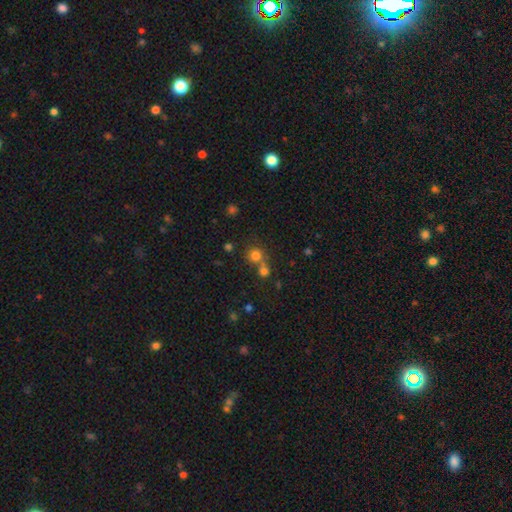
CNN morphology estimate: This appears to be a smooth galaxy with no disk features (74%) that is round (89%). Merging: none (53%).